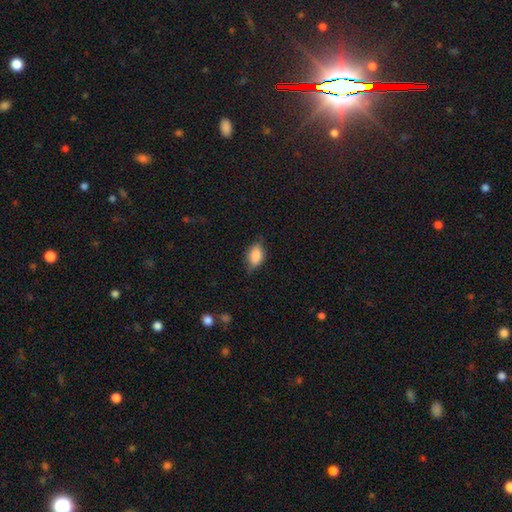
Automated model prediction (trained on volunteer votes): smooth-or-featured: smooth: 72% | featured or disk: 20% | star or artifact: 9%
  how-rounded: in between: 84% | round: 9% | cigar-shaped: 6%
  merging: none: 66% | minor disturbance: 26% | major disturbance: 7% | merger: 1%